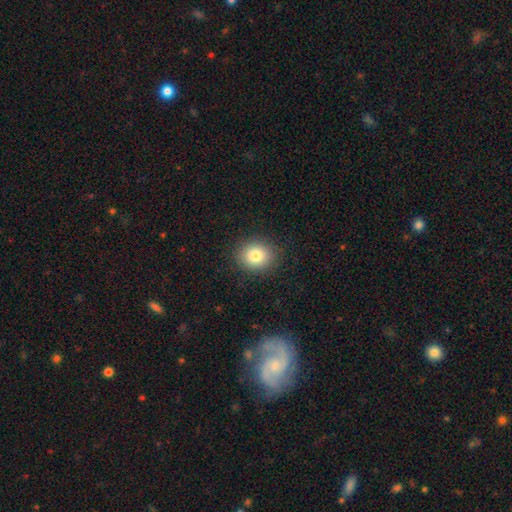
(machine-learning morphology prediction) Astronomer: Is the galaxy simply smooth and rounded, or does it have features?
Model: smooth — 82%.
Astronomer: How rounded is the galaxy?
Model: round — 75%.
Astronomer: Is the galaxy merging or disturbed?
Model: none — 89%.